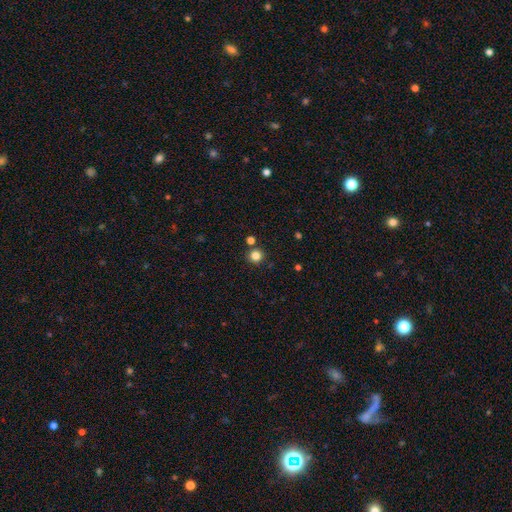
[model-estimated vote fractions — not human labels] Smooth or featured: smooth — 82% (star or artifact — 14%)
How rounded: round — 94% (in between — 5%)
Merging: none — 85% (merger — 7%)